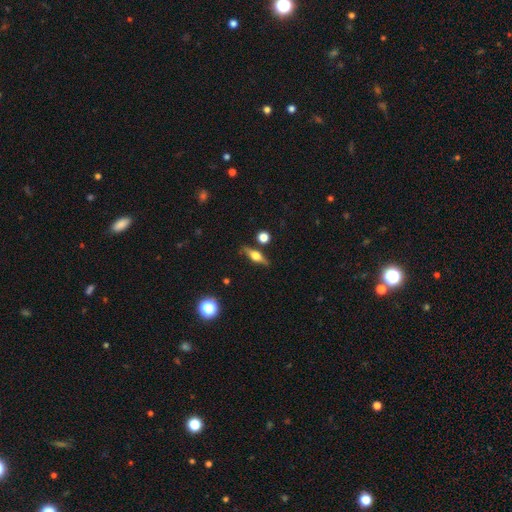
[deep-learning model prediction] A featured or disk galaxy (59%) viewed edge-on (94%) with a rounded central bulge (92%). Merging: none (81%).